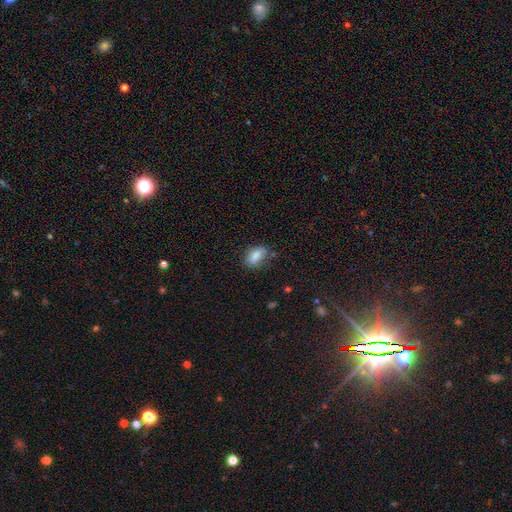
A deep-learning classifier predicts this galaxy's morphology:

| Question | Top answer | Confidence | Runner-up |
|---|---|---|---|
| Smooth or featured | smooth | 83% | featured or disk (9%) |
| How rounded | in between | 87% | round (8%) |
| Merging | none | 68% | minor disturbance (24%) |